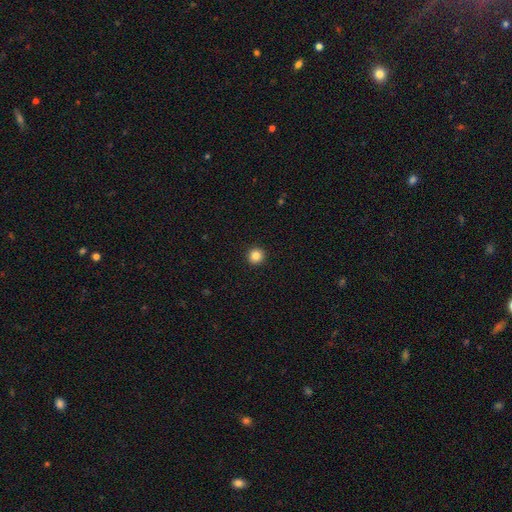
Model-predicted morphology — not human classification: Q: Smooth or featured?
A: smooth (85%); runner-up: star or artifact (11%)
Q: How rounded?
A: round (95%); runner-up: in between (4%)
Q: Merging?
A: none (94%); runner-up: minor disturbance (4%)